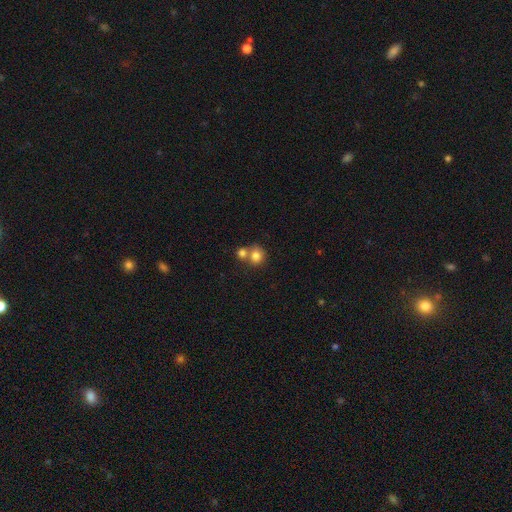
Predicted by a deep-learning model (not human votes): A smooth galaxy with no disk features (81%) that is round (83%).

Vote fractions:
- Smooth or featured? smooth: 81% / star or artifact: 10% / featured or disk: 9%
- How rounded? round: 83% / in between: 16% / cigar-shaped: 1%
- Merging? merger: 45% (tied) / none: 45% (tied) / minor disturbance: 7% / major disturbance: 3%